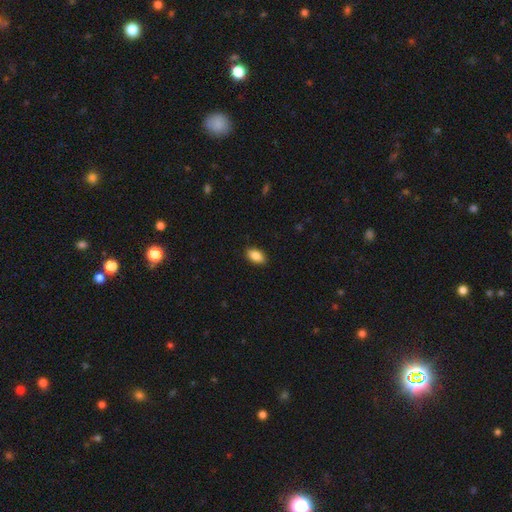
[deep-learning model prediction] Smooth or featured?
  - smooth: 88% *
  - star or artifact: 7%
  - featured or disk: 5%
How rounded?
  - in between: 92% *
  - round: 4%
  - cigar-shaped: 4%
Merging?
  - none: 90% *
  - minor disturbance: 8%
  - major disturbance: 2%
  - merger: 1%